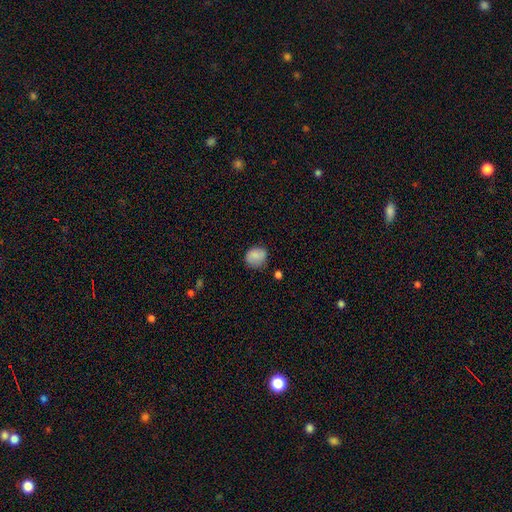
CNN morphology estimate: Smooth or featured? Predicted: smooth (p=0.81). How rounded? Predicted: round (p=0.72). Merging? Predicted: none (p=0.70).